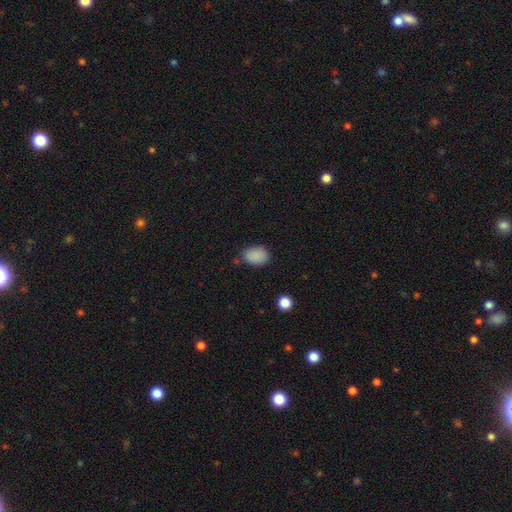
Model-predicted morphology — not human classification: smooth_or_featured: smooth (p=0.87) [alt: star or artifact p=0.09]
how_rounded: in between (p=0.78) [alt: round p=0.21]
merging: none (p=0.73) [alt: minor disturbance p=0.19]